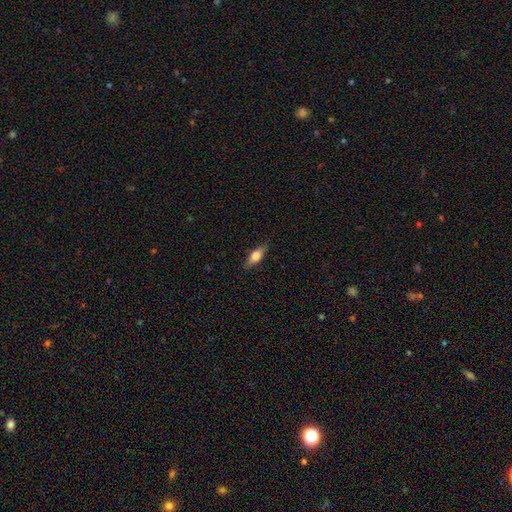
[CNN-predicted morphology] Smooth or featured? Predicted: smooth (p=0.61). How rounded? Predicted: in between (p=0.63). Merging? Predicted: none (p=0.83).